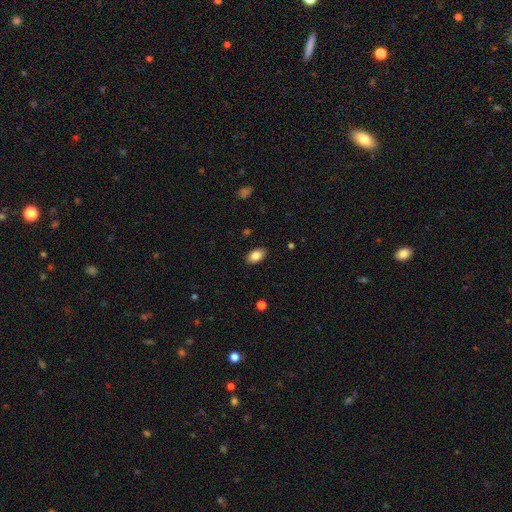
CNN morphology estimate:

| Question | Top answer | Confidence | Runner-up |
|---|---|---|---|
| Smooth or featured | smooth | 85% | star or artifact (8%) |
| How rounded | in between | 92% | round (7%) |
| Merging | none | 87% | minor disturbance (9%) |